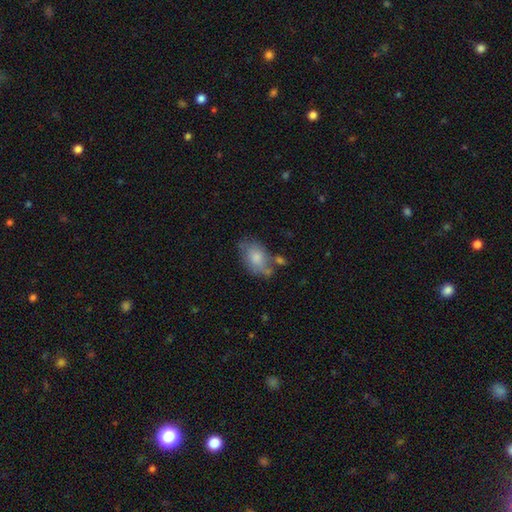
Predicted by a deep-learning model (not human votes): Morphology: type=smooth (64%); roundness=in between (85%); merging=none (55%).